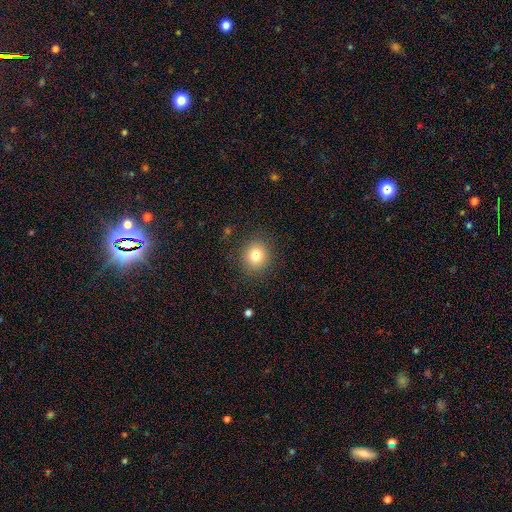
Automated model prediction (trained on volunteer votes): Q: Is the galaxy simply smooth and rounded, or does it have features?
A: smooth — 80%.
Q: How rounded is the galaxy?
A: round — 84%.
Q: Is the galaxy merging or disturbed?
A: none — 87%.